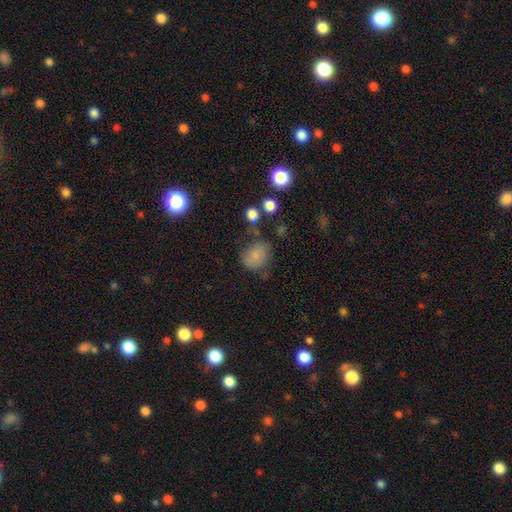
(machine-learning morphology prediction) Smooth or featured?
  - smooth: 77% *
  - star or artifact: 12%
  - featured or disk: 11%
How rounded?
  - round: 52% *
  - in between: 47%
  - cigar-shaped: 1%
Merging?
  - none: 58% *
  - minor disturbance: 25%
  - major disturbance: 12%
  - merger: 6%